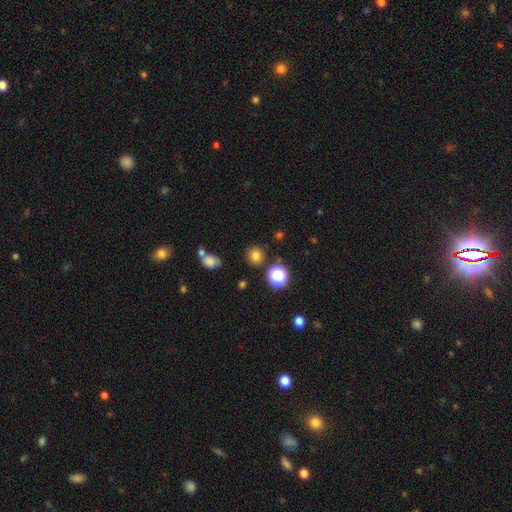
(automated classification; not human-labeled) Smooth or featured?
  - smooth: 77% *
  - star or artifact: 18%
  - featured or disk: 6%
How rounded?
  - round: 90% *
  - in between: 9%
  - cigar-shaped: 1%
Merging?
  - none: 85% *
  - minor disturbance: 8%
  - merger: 4%
  - major disturbance: 3%